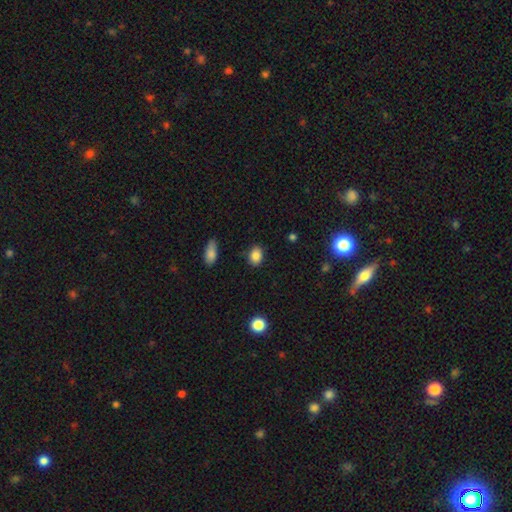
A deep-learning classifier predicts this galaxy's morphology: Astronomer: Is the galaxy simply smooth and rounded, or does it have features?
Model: smooth — 86%.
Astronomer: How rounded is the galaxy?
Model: in between — 66%.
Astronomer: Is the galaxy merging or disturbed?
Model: none — 84%.